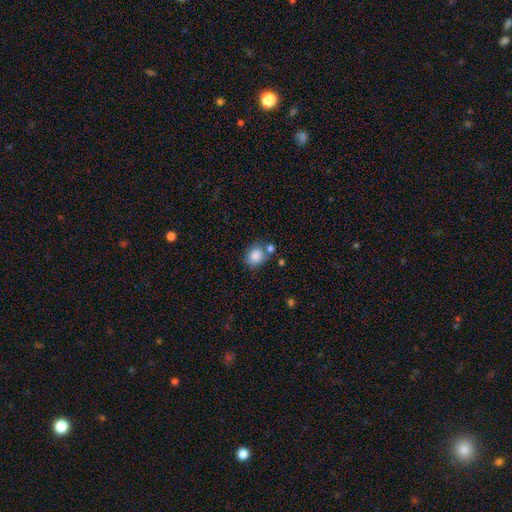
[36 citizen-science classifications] smooth_or_featured: smooth (p=0.94) [alt: featured or disk p=0.03]
how_rounded: round (p=0.88) [alt: in between p=0.12]
merging: none (p=0.57) [alt: merger p=0.23]